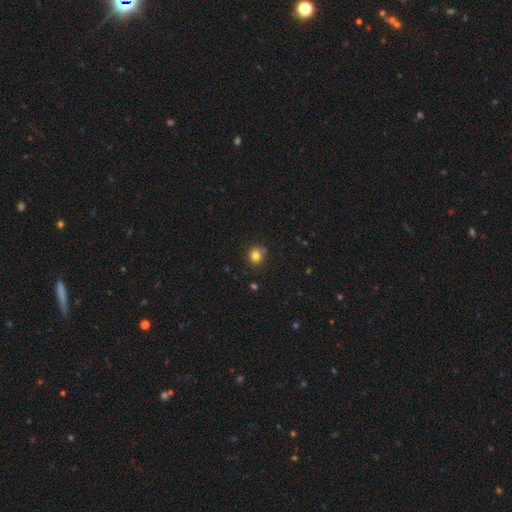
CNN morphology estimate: smooth 81%, star or artifact 13%, featured or disk 6%. Down the decision tree: how rounded — round (81%); merging — none (76%).